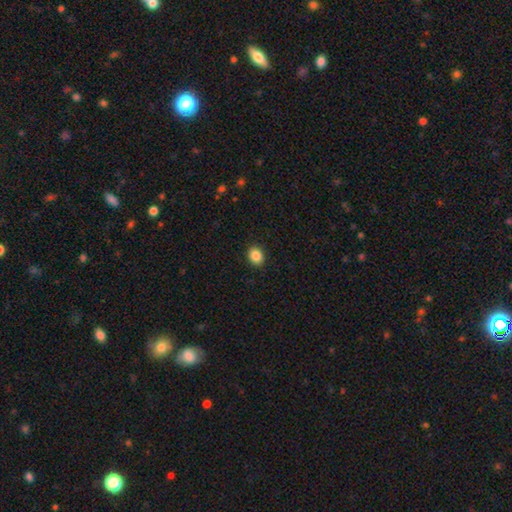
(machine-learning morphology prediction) Smooth or featured: smooth — 88% (star or artifact — 9%)
How rounded: round — 50% (in between — 49%)
Merging: none — 91% (minor disturbance — 6%)